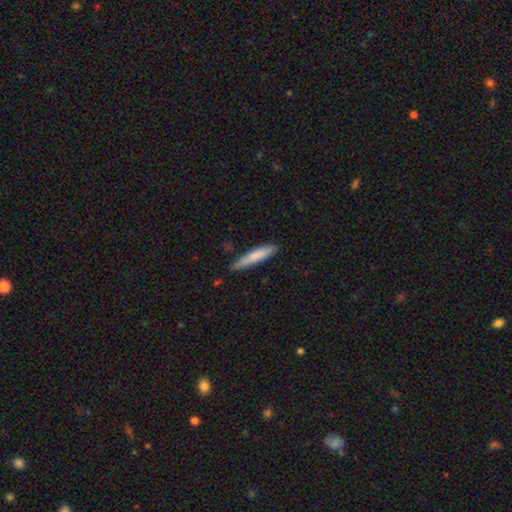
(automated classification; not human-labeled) Smooth or featured? smooth (76%)
How rounded? cigar-shaped (91%)
Merging? none (80%)